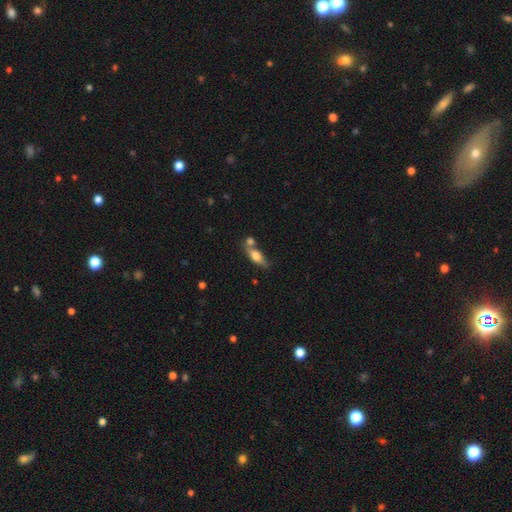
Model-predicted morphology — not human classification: Smooth or featured?
  - smooth: 58% *
  - featured or disk: 34%
  - star or artifact: 8%
How rounded?
  - in between: 59% *
  - cigar-shaped: 36%
  - round: 6%
Merging?
  - none: 50% *
  - merger: 31%
  - minor disturbance: 14%
  - major disturbance: 5%